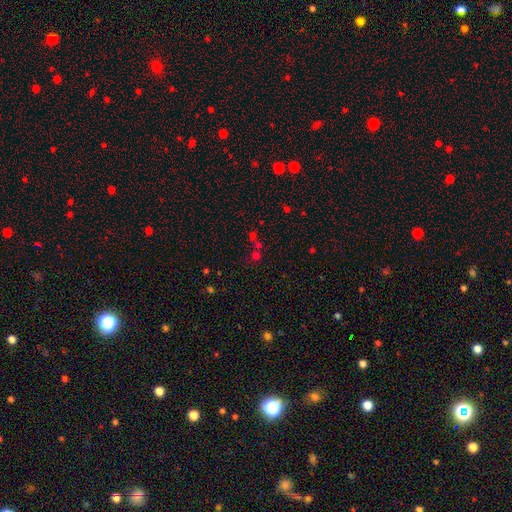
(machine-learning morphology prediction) Q: Smooth or featured?
A: star or artifact (45%); runner-up: smooth (44%)